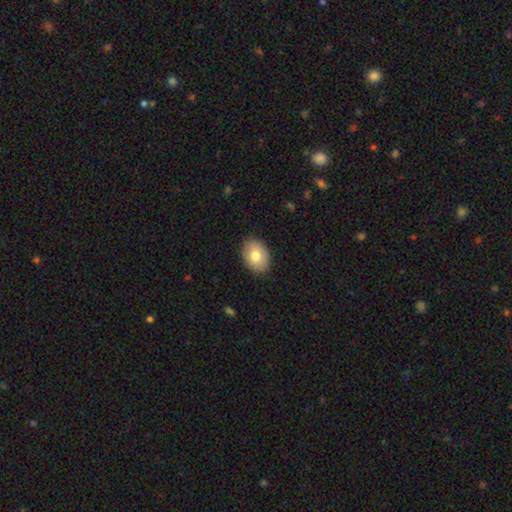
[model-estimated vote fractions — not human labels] A smooth galaxy with no disk features (79%) that is in between round and cigar-shaped (81%).

Vote fractions:
- Smooth or featured? smooth: 79% / featured or disk: 15% / star or artifact: 7%
- How rounded? in between: 81% / round: 18% / cigar-shaped: 1%
- Merging? none: 87% / minor disturbance: 10% / major disturbance: 2% / merger: 1%